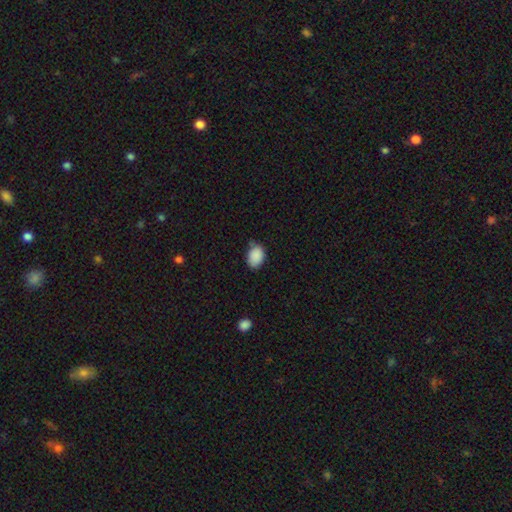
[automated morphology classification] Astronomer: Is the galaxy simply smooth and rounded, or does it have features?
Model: smooth — 89%.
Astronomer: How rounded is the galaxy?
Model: in between — 80%.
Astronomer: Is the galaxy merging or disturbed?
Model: none — 68%.